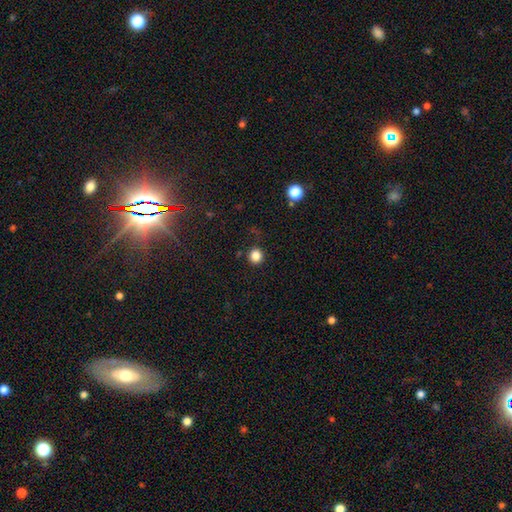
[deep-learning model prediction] Smooth or featured? smooth (84%)
How rounded? round (92%)
Merging? none (88%)